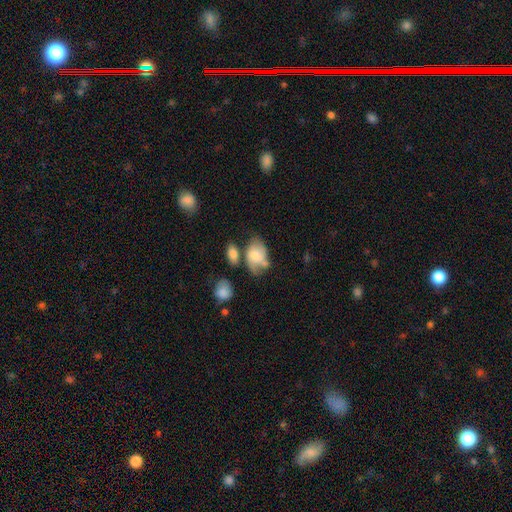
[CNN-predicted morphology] This is possibly a smooth galaxy (56%). How rounded: clearly in between (83%). Merging: marginally none (33%).